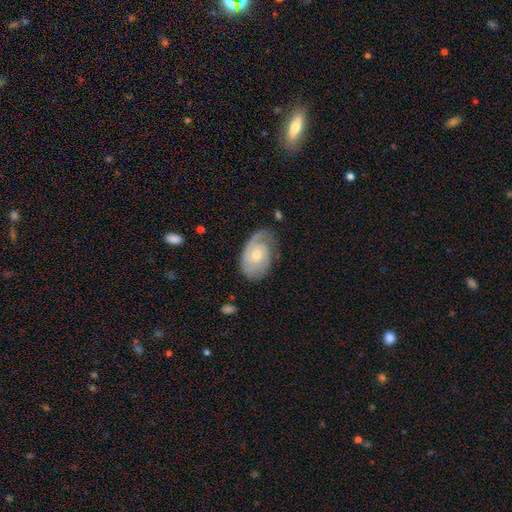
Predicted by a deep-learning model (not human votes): Smooth or featured: featured or disk — 74% (smooth — 21%)
Edge-on disk: no — 95% (yes — 5%)
Bar: no — 76% (weak — 21%)
Spiral arms: yes — 88% (no — 12%)
Spiral winding: tight — 63% (medium — 26%)
Spiral arm count: 1 — 50% (2 — 23%)
Bulge size: moderate — 60% (small — 35%)
Merging: none — 64% (minor disturbance — 24%)